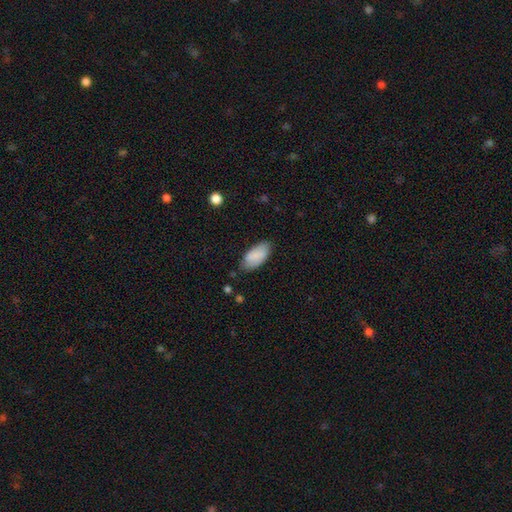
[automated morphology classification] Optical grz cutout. It shows a smooth galaxy with no disk features (86%) that is in between round and cigar-shaped (93%). Merging: none (77%).